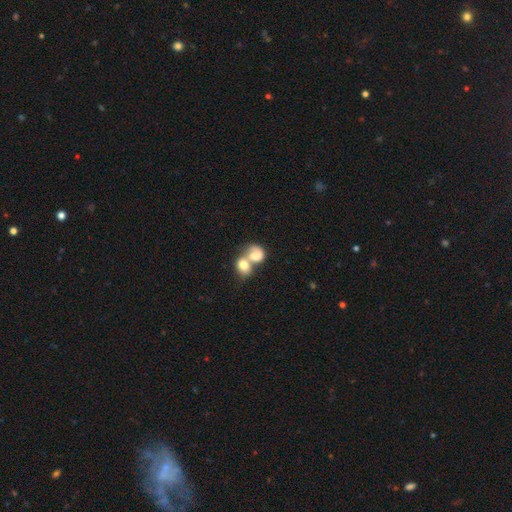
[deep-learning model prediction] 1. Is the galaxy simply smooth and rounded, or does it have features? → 58% smooth, 34% featured or disk, 8% star or artifact.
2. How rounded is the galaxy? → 56% in between, 43% round, 1% cigar-shaped.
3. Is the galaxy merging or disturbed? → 80% merger, 10% none, 6% major disturbance, 5% minor disturbance.